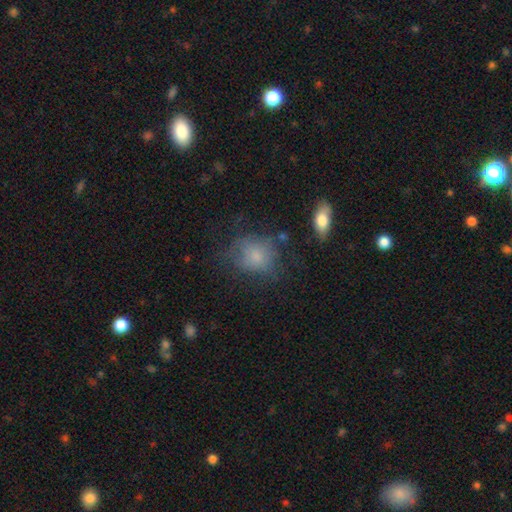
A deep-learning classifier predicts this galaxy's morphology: smooth-or-featured: smooth: 72% | featured or disk: 17% | star or artifact: 11%
  how-rounded: round: 65% | in between: 34% | cigar-shaped: 1%
  merging: none: 54% | minor disturbance: 26% | major disturbance: 17% | merger: 4%